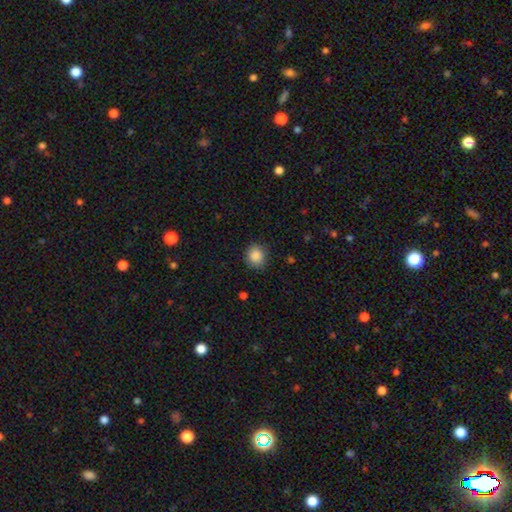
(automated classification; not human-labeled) The model was most divided on "how rounded": round: 79%, in between: 21%, cigar-shaped: 1%. More confident: smooth or featured — smooth (88%); merging — none (86%).